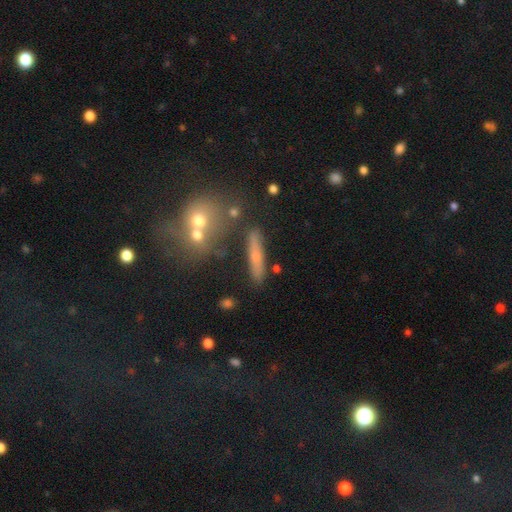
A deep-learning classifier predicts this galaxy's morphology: Smooth or featured: smooth — 53% (featured or disk — 35%)
How rounded: cigar-shaped — 82% (in between — 12%)
Merging: none — 78% (minor disturbance — 10%)